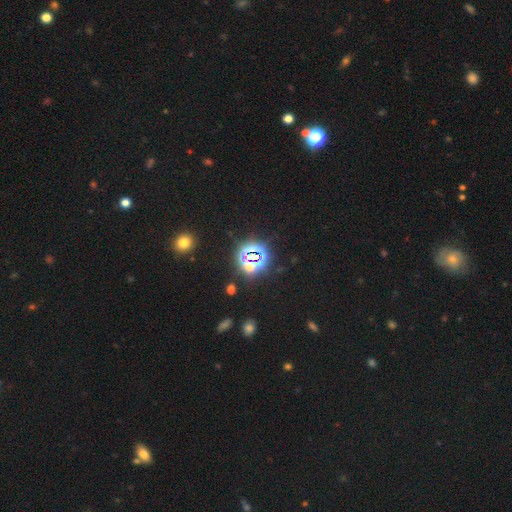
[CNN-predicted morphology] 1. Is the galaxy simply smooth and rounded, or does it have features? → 76% star or artifact, 15% smooth, 8% featured or disk.